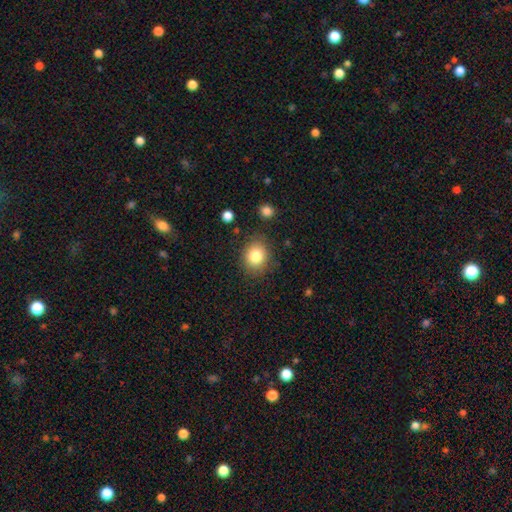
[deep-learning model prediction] Morphology: type=smooth (82%); roundness=round (68%); merging=none (84%).